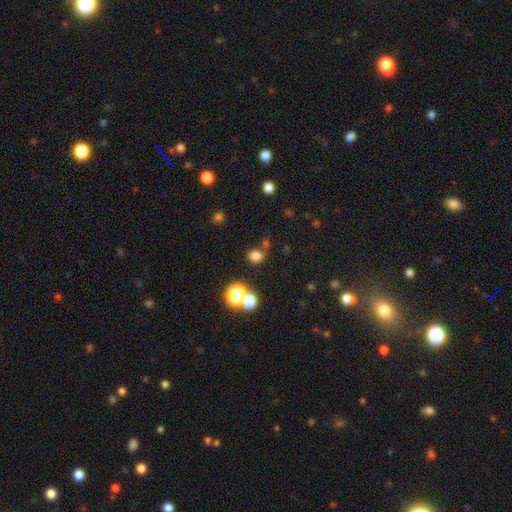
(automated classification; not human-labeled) Overall: smooth (76%). How rounded: round (66%; in between 33%). Merging: none (74%).